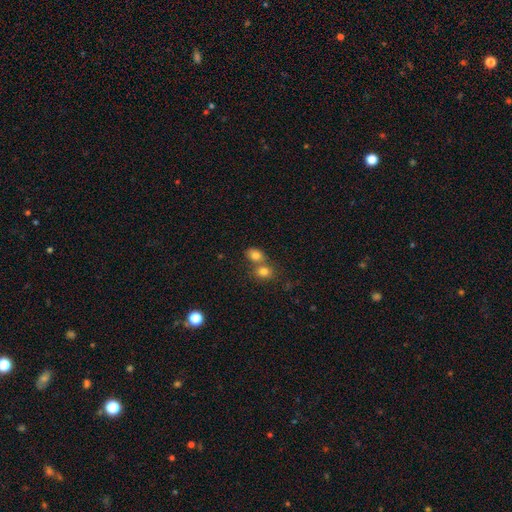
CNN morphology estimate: Overall: smooth (79%). How rounded: in between (53%; round 46%). Merging: merger (51%; none 39%).